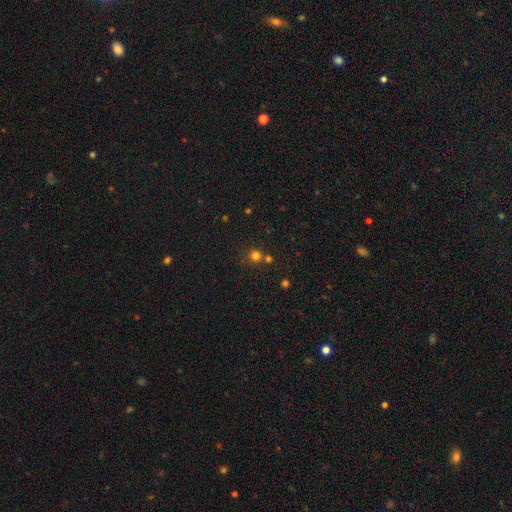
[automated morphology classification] Smooth or featured?
  - smooth: 74% *
  - star or artifact: 20%
  - featured or disk: 6%
How rounded?
  - round: 93% *
  - in between: 6%
  - cigar-shaped: 1%
Merging?
  - none: 72% *
  - merger: 18%
  - minor disturbance: 7%
  - major disturbance: 3%